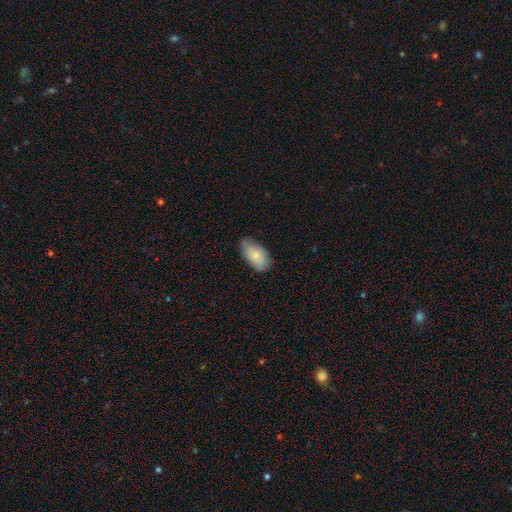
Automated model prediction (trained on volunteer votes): This appears to be a smooth galaxy with no disk features (82%) that is in between round and cigar-shaped (94%). Merging: none (73%).